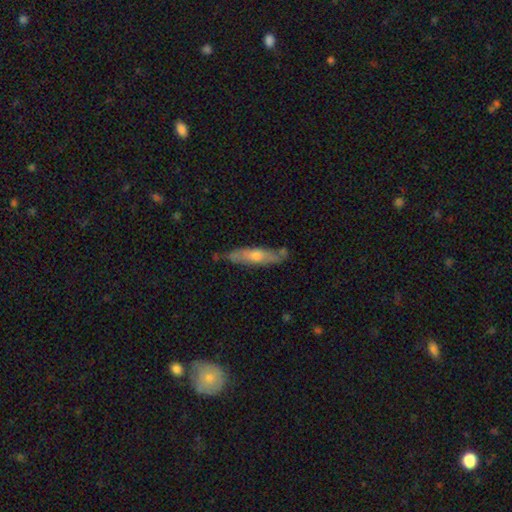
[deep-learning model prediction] This is possibly a featured or disk galaxy (57%). It is likely viewed edge-on (69%). Merging: likely none (77%).